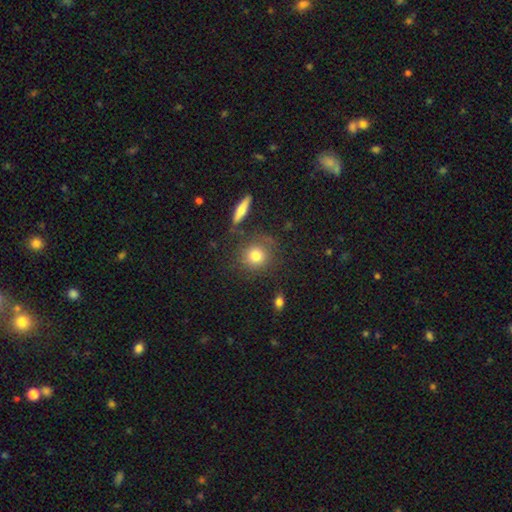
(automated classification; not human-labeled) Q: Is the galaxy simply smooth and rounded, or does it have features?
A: smooth — 77%.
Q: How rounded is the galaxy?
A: round — 86%.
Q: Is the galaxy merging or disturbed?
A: none — 77%.